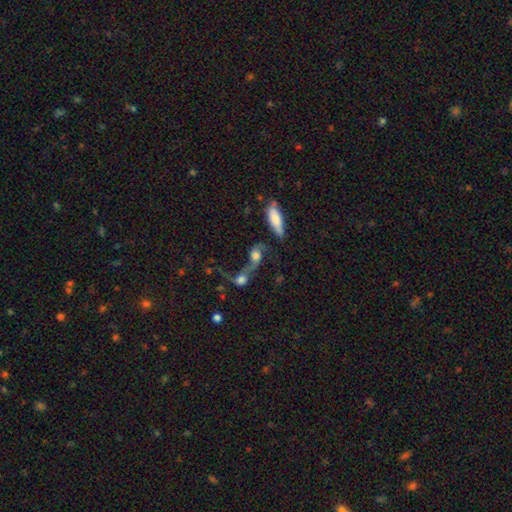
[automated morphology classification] Smooth or featured: featured or disk — 50% (smooth — 36%)
Edge-on disk: no — 87% (yes — 13%)
Merging: merger — 62% (none — 18%)